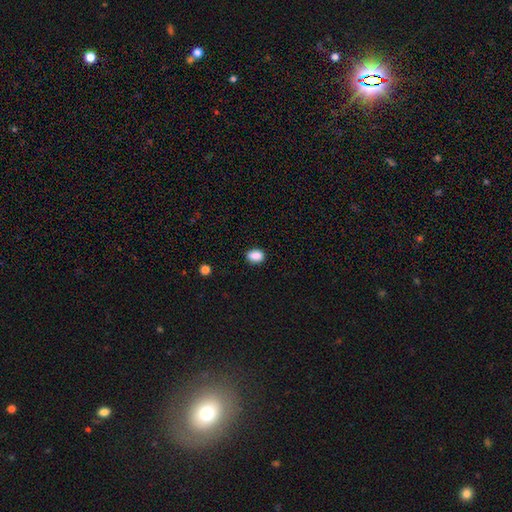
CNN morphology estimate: Smooth or featured? smooth (88%)
How rounded? in between (68%)
Merging? none (86%)